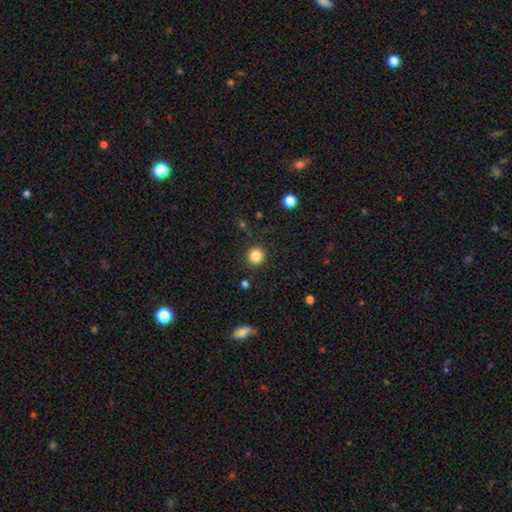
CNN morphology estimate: The model was most divided on "smooth or featured": smooth: 84%, star or artifact: 11%, featured or disk: 4%. More confident: how rounded — round (94%); merging — none (90%).